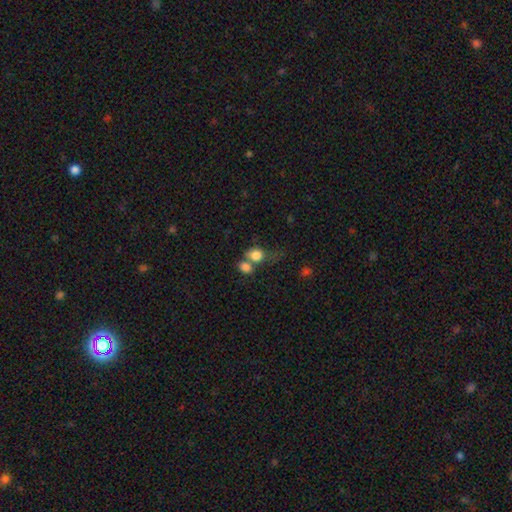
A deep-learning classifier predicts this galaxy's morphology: Smooth or featured? Predicted: smooth (p=0.79). How rounded? Predicted: round (p=0.56). Merging? Predicted: merger (p=0.51).